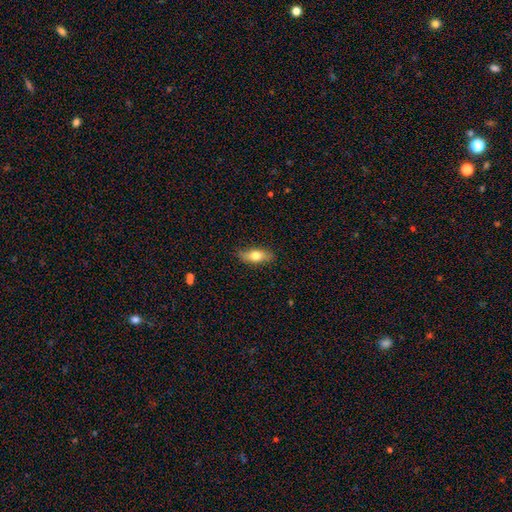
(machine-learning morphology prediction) smooth-or-featured: smooth: 69% | featured or disk: 25% | star or artifact: 7%
  how-rounded: in between: 72% | cigar-shaped: 23% | round: 4%
  merging: none: 83% | minor disturbance: 13% | major disturbance: 2% | merger: 1%